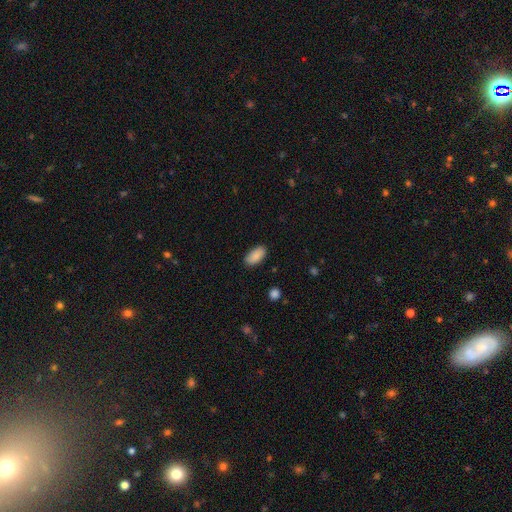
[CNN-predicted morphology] Smooth or featured?
  - smooth: 89% *
  - star or artifact: 7%
  - featured or disk: 4%
How rounded?
  - in between: 93% *
  - cigar-shaped: 4%
  - round: 2%
Merging?
  - none: 87% *
  - minor disturbance: 10%
  - major disturbance: 2%
  - merger: 1%